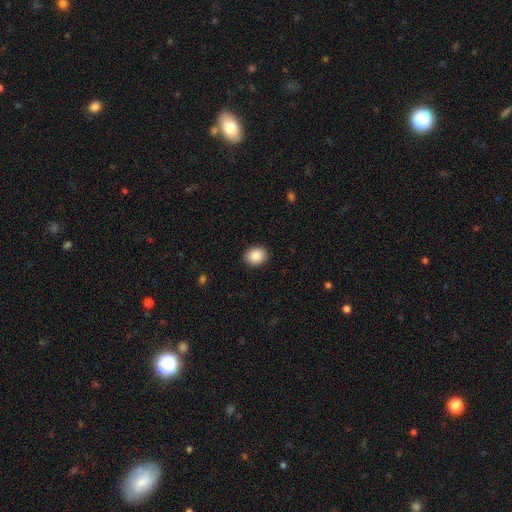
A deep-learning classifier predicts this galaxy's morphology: Smooth or featured? Predicted: smooth (p=0.88). How rounded? Predicted: round (p=0.62). Merging? Predicted: none (p=0.91).